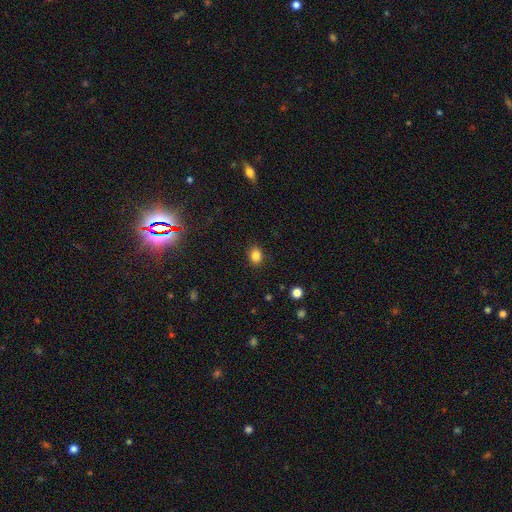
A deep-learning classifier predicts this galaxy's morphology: smooth-or-featured: smooth: 84% | star or artifact: 11% | featured or disk: 4%
  how-rounded: round: 50% | in between: 49% | cigar-shaped: 1%
  merging: none: 87% | minor disturbance: 9% | major disturbance: 3% | merger: 1%